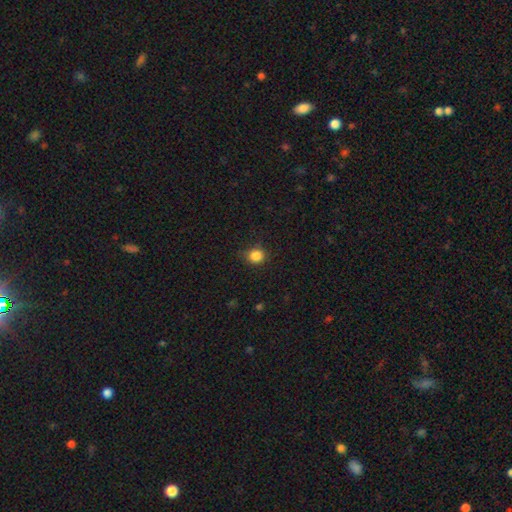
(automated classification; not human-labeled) Smooth or featured? Predicted: smooth (p=0.85). How rounded? Predicted: round (p=0.83). Merging? Predicted: none (p=0.79).